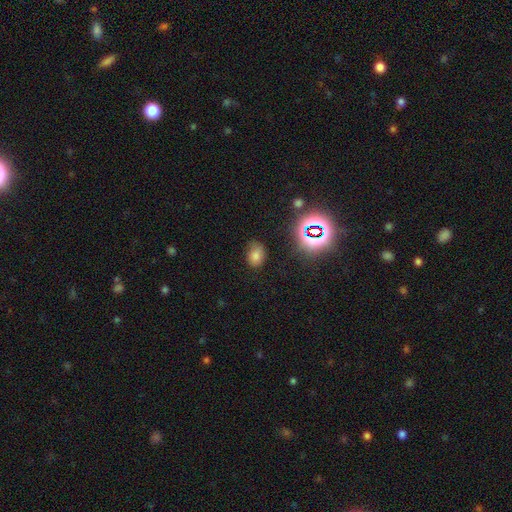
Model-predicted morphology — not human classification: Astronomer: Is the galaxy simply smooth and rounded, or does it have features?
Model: smooth — 66%.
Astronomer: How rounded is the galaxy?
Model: in between — 73%.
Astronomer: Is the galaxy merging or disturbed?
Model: none — 68%.